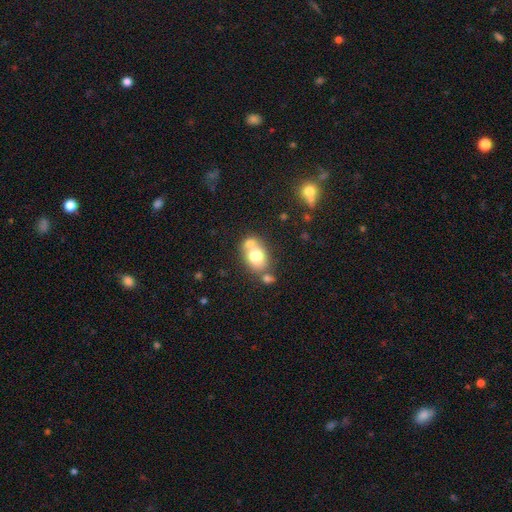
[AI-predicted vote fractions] Morphology: type=smooth (71%); roundness=in between (67%); merging=none (45%).